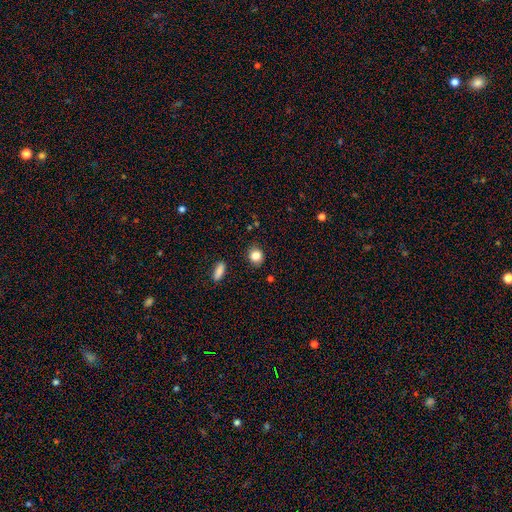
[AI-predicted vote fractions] Smooth or featured: smooth — 85% (star or artifact — 10%)
How rounded: round — 77% (in between — 22%)
Merging: none — 85% (minor disturbance — 10%)